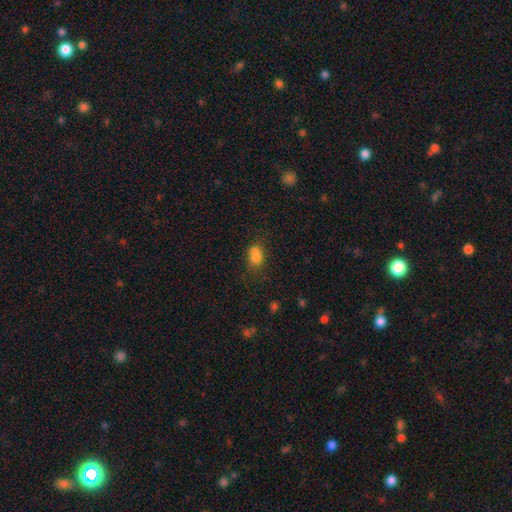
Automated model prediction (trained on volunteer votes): smooth 77%, star or artifact 13%, featured or disk 10%. Down the decision tree: how rounded — in between (68%); merging — none (40%).